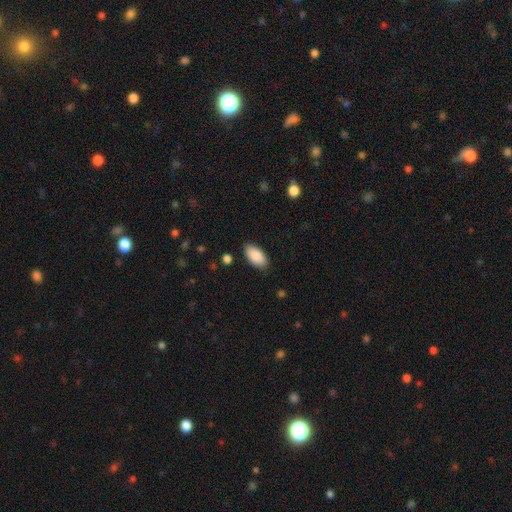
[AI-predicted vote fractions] smooth 90%, star or artifact 6%, featured or disk 4%. Down the decision tree: how rounded — in between (94%); merging — none (86%).